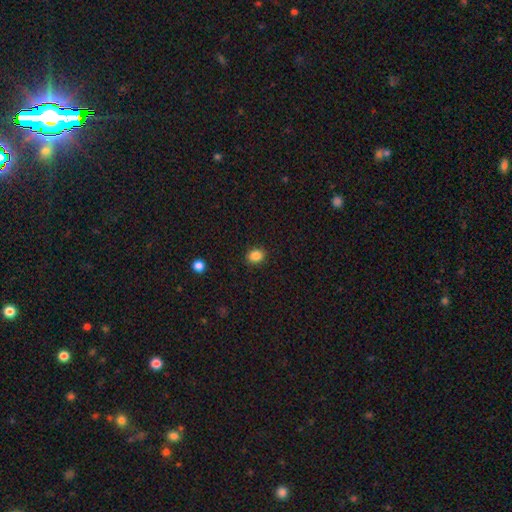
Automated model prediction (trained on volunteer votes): This appears to be a smooth galaxy with no disk features (86%) that is round (57%). Merging: none (90%).